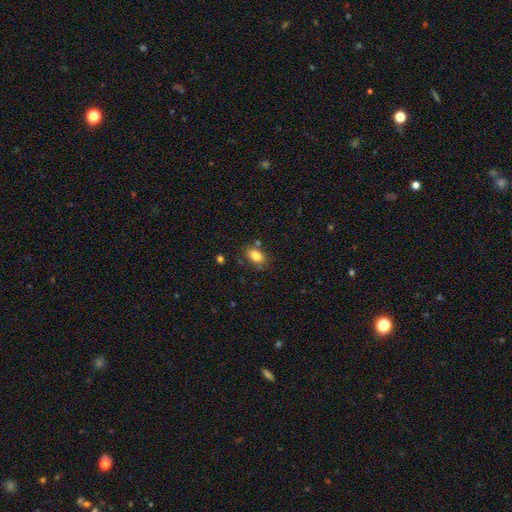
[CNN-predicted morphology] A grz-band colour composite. It shows a smooth galaxy with no disk features (82%) that is in between round and cigar-shaped (85%). Merging: none (75%).